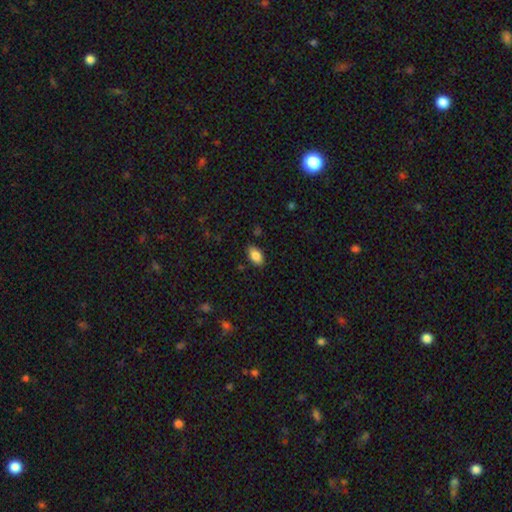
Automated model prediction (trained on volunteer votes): A smooth galaxy with no disk features (86%) that is in between round and cigar-shaped (92%). Merging: none (84%).